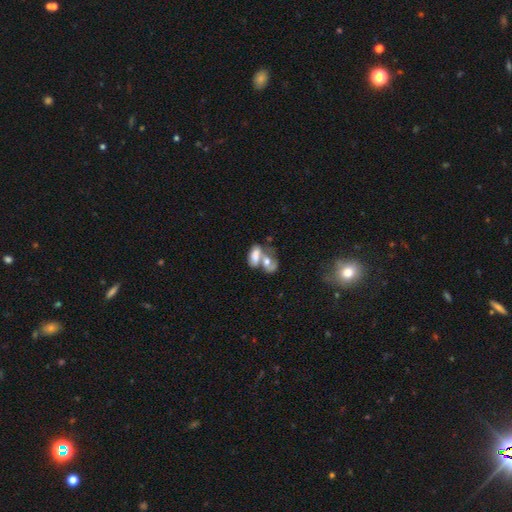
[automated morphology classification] Smooth or featured?
  - smooth: 59% *
  - featured or disk: 32%
  - star or artifact: 9%
How rounded?
  - in between: 87% *
  - round: 8%
  - cigar-shaped: 5%
Merging?
  - merger: 69% *
  - none: 15%
  - major disturbance: 8%
  - minor disturbance: 8%